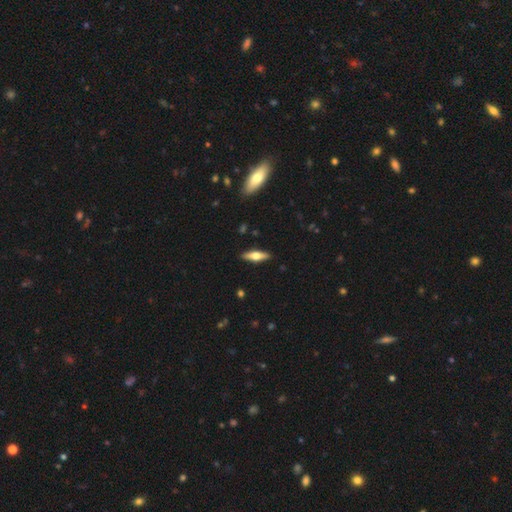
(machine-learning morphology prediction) type=featured or disk (47%, tied with smooth); merging=none (89%).